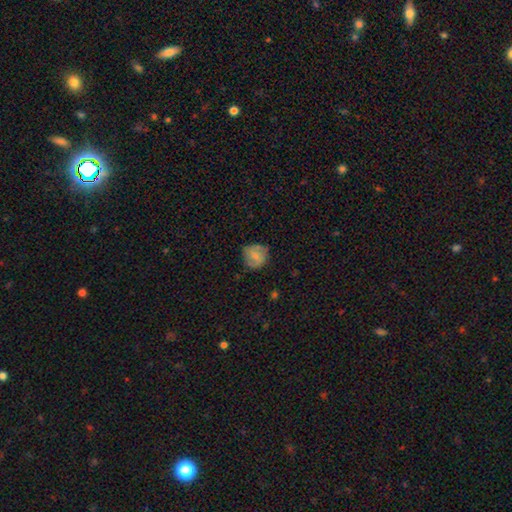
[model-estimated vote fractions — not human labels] Smooth or featured: smooth — 59% (featured or disk — 33%)
How rounded: round — 83% (in between — 16%)
Merging: none — 71% (minor disturbance — 22%)